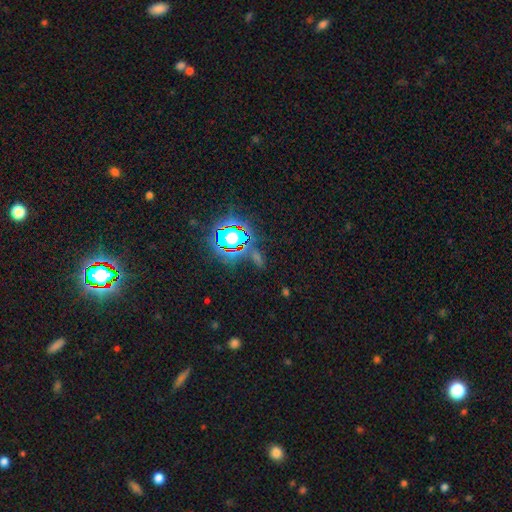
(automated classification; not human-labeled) Smooth or featured: star or artifact — 70% (smooth — 20%)